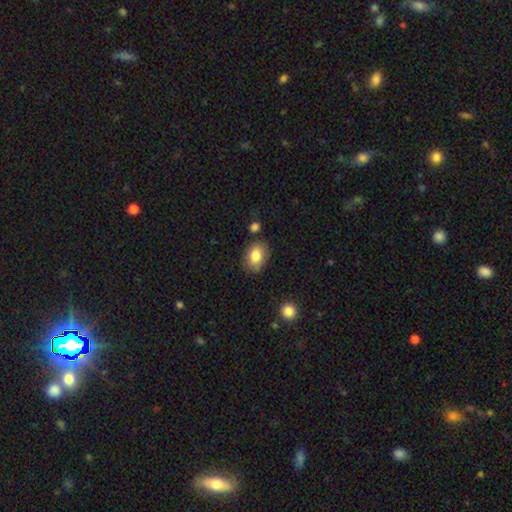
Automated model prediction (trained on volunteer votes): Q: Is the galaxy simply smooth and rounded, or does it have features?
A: smooth — 82%.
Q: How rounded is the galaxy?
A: in between — 78%.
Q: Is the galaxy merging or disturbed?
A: none — 78%.